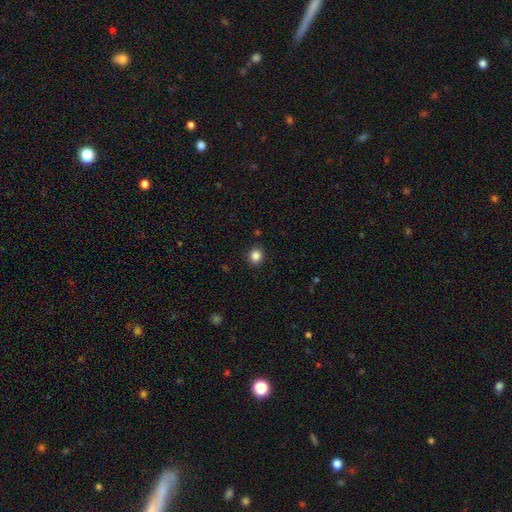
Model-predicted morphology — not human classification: This is clearly a smooth galaxy (85%). How rounded: likely round (79%). Merging: clearly none (91%).